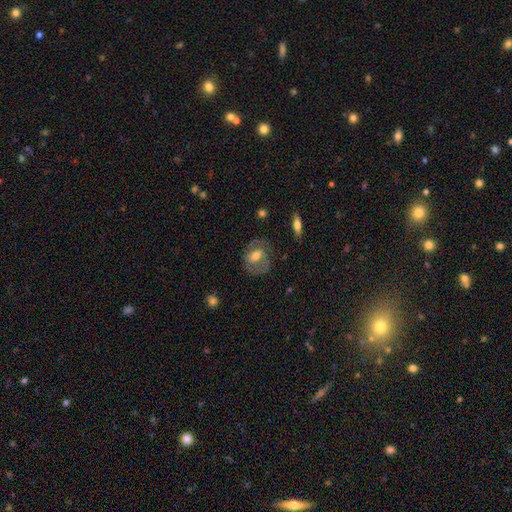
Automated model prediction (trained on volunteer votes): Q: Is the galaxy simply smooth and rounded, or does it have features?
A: featured or disk — 56%.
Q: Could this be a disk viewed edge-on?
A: no — 94%.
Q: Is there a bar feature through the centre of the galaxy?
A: no — 46%.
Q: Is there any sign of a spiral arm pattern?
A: yes — 59%.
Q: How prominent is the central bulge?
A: moderate — 64%.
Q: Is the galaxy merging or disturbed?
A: none — 69%.